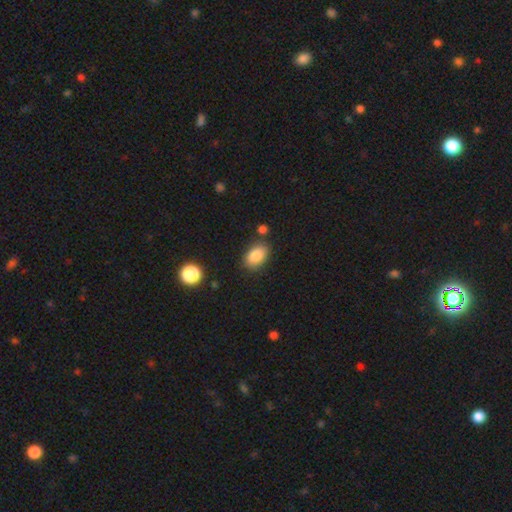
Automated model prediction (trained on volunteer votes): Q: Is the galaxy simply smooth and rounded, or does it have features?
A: smooth — 86%.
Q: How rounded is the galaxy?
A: in between — 88%.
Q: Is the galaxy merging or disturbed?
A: none — 81%.